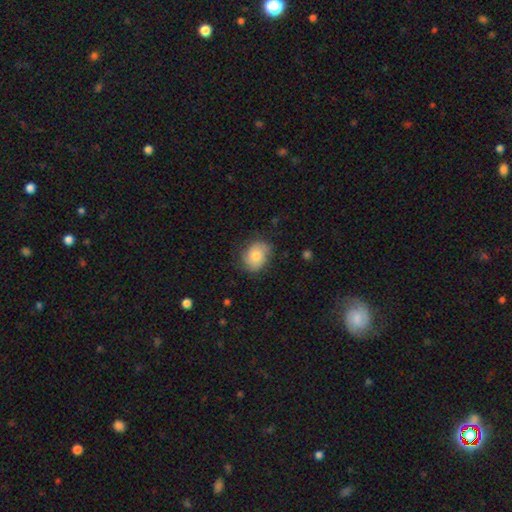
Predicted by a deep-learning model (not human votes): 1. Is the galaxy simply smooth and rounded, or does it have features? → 74% smooth, 19% featured or disk, 8% star or artifact.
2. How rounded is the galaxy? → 50% in between, 49% round, 1% cigar-shaped.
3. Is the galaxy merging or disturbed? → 70% none, 22% minor disturbance, 6% major disturbance, 1% merger.